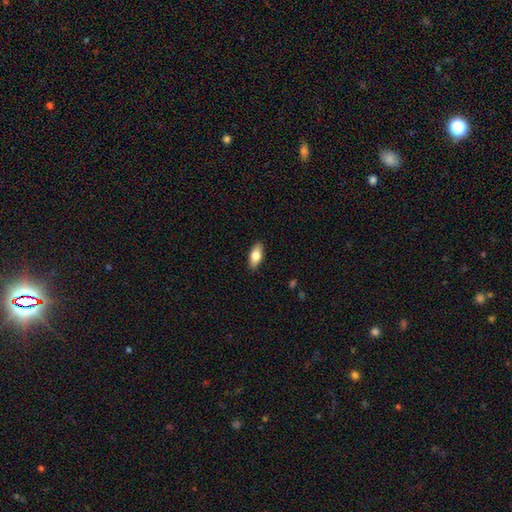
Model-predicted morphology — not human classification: Smooth or featured?
  - smooth: 74% *
  - featured or disk: 20%
  - star or artifact: 6%
How rounded?
  - in between: 84% *
  - cigar-shaped: 13%
  - round: 3%
Merging?
  - none: 89% *
  - minor disturbance: 8%
  - major disturbance: 2%
  - merger: 1%